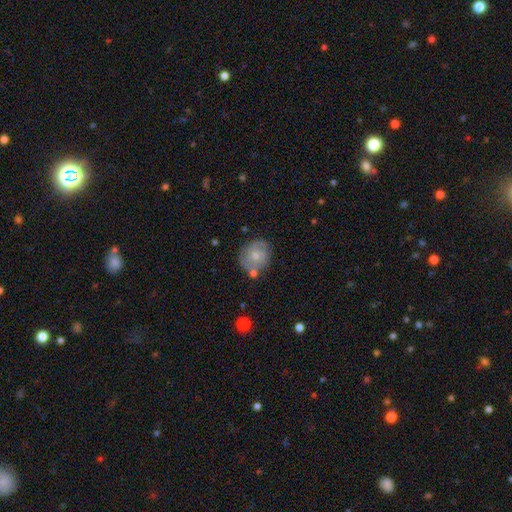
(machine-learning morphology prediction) This appears to be a smooth galaxy with no disk features (47%). Merging: none (65%).